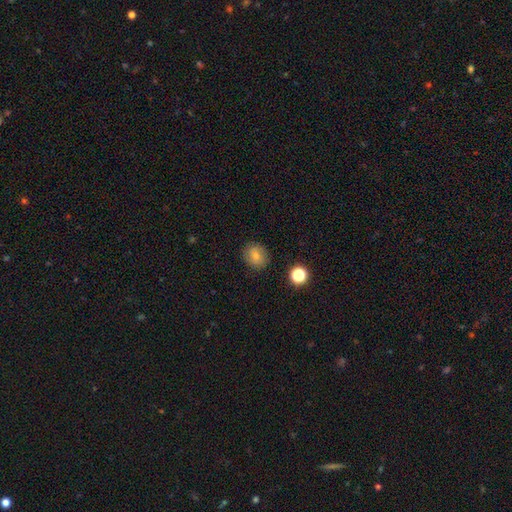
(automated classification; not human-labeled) smooth_or_featured: smooth (p=0.71) [alt: featured or disk p=0.16]
how_rounded: round (p=0.78) [alt: in between p=0.21]
merging: none (p=0.86) [alt: minor disturbance p=0.10]